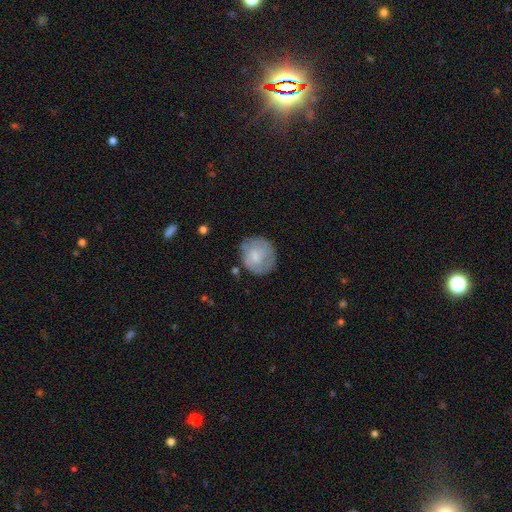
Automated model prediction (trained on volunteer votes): Smooth or featured: smooth — 65% (featured or disk — 29%)
How rounded: round — 84% (in between — 15%)
Merging: none — 67% (minor disturbance — 22%)